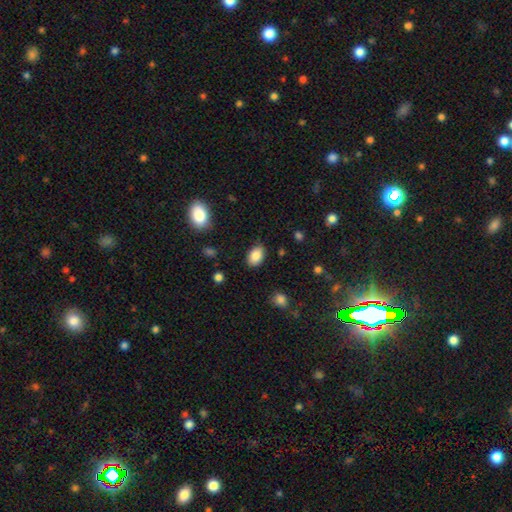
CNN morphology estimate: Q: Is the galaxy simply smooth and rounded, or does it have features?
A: smooth — 86%.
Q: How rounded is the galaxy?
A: in between — 88%.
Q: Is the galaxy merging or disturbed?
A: none — 85%.